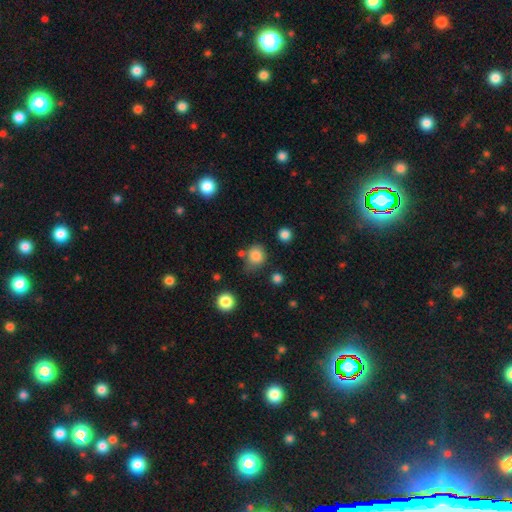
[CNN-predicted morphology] This is clearly a smooth galaxy (82%). How rounded: likely round (76%). Merging: likely none (64%).